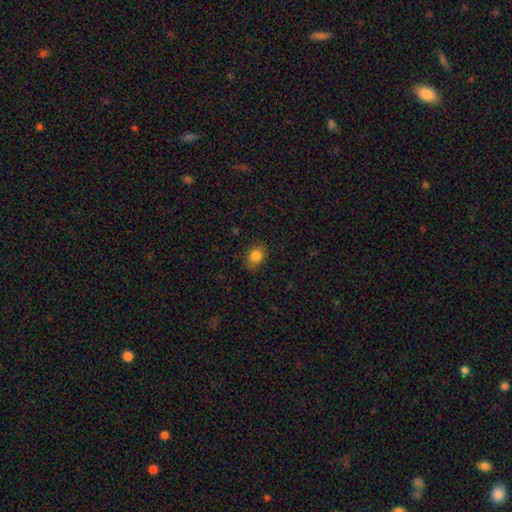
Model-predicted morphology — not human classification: A smooth galaxy with no disk features (84%) that is in between round and cigar-shaped (56%). Merging: none (79%).